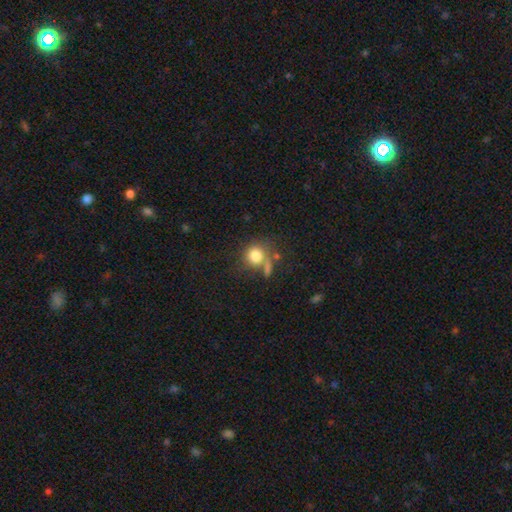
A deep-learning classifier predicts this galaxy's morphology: Smooth or featured?
  - smooth: 80% *
  - star or artifact: 10%
  - featured or disk: 10%
How rounded?
  - round: 83% *
  - in between: 16%
  - cigar-shaped: 1%
Merging?
  - none: 52% *
  - merger: 21%
  - minor disturbance: 16%
  - major disturbance: 11%